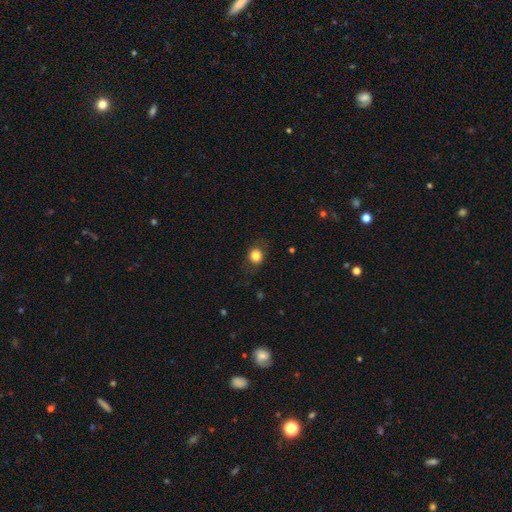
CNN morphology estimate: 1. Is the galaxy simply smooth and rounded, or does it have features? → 83% smooth, 10% star or artifact, 7% featured or disk.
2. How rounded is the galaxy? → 74% round, 25% in between, 1% cigar-shaped.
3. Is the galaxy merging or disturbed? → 81% none, 13% minor disturbance, 5% major disturbance, 1% merger.